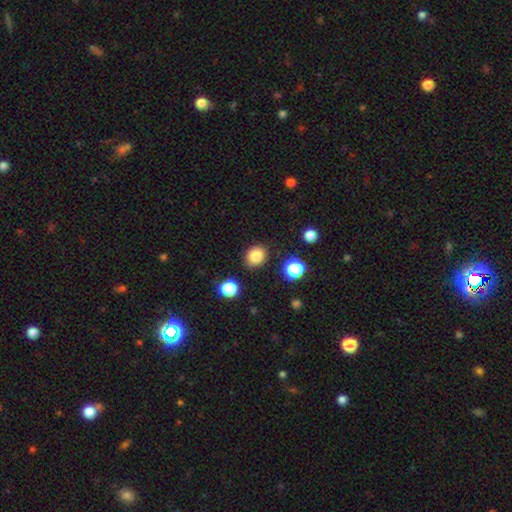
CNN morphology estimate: Overall: smooth (83%). How rounded: round (59%; in between 40%). Merging: none (85%).